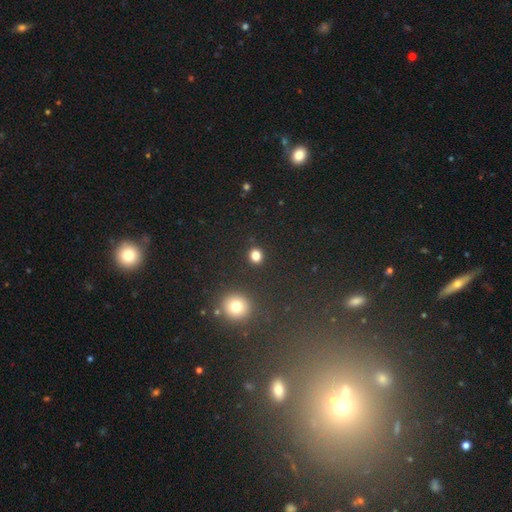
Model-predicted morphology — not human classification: This is clearly a smooth galaxy (81%). How rounded: likely round (80%). Merging: clearly none (90%).